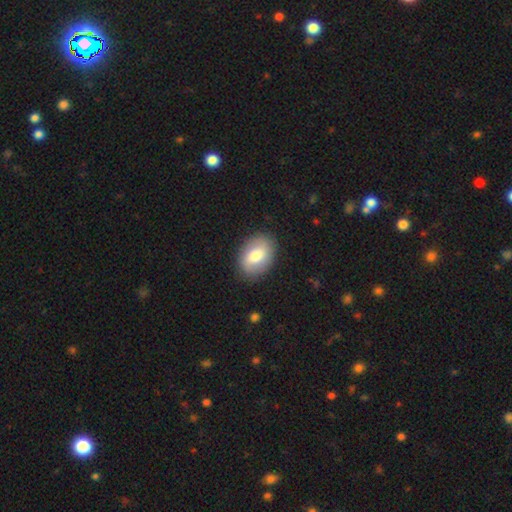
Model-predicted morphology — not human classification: A smooth galaxy with no disk features (72%) that is in between round and cigar-shaped (80%). Merging: none (86%).